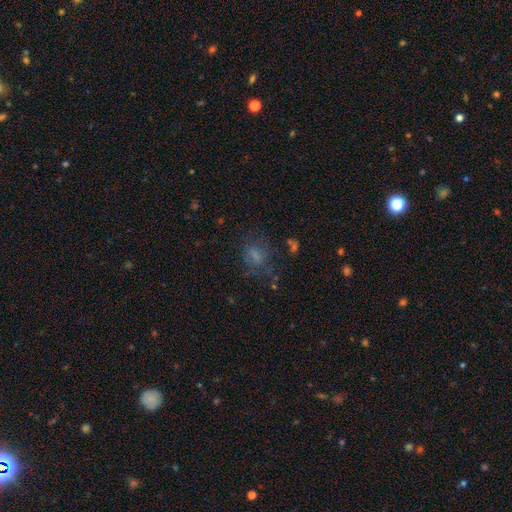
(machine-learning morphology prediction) smooth_or_featured: smooth (p=0.58) [alt: featured or disk p=0.21]
how_rounded: in between (p=0.61) [alt: round p=0.35]
merging: none (p=0.54) [alt: major disturbance p=0.22]